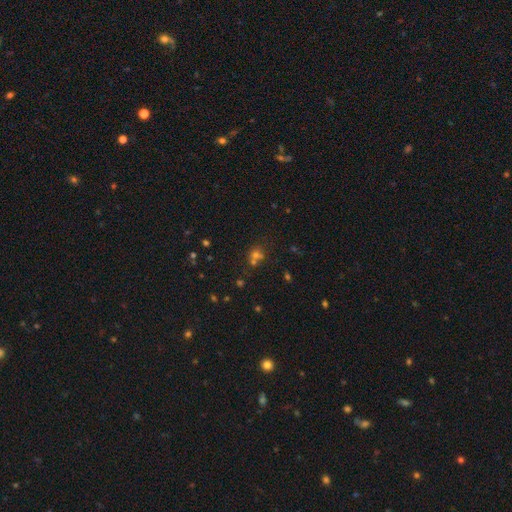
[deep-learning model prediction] Smooth or featured? Predicted: smooth (p=0.51). How rounded? Predicted: round (p=0.79). Merging? Predicted: none (p=0.50).